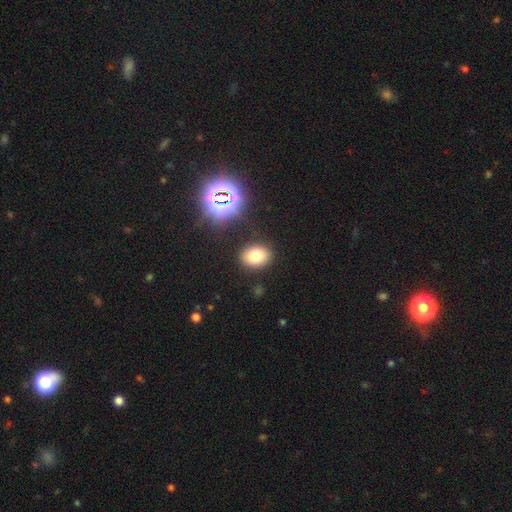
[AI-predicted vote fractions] smooth_or_featured: smooth (p=0.75) [alt: star or artifact p=0.15]
how_rounded: in between (p=0.63) [alt: round p=0.36]
merging: none (p=0.86) [alt: minor disturbance p=0.09]